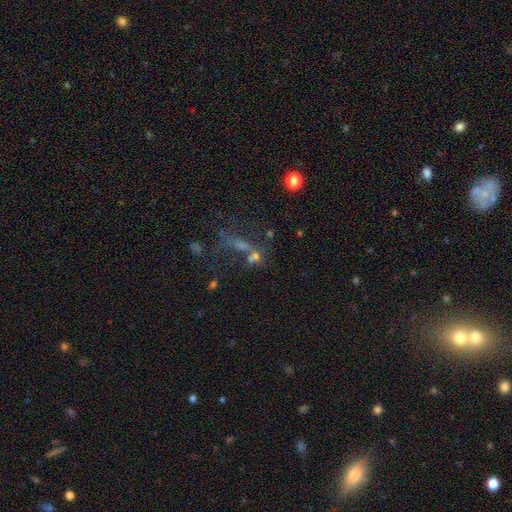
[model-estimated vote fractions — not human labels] This is possibly a smooth galaxy (49%). Merging: marginally merger (38%).